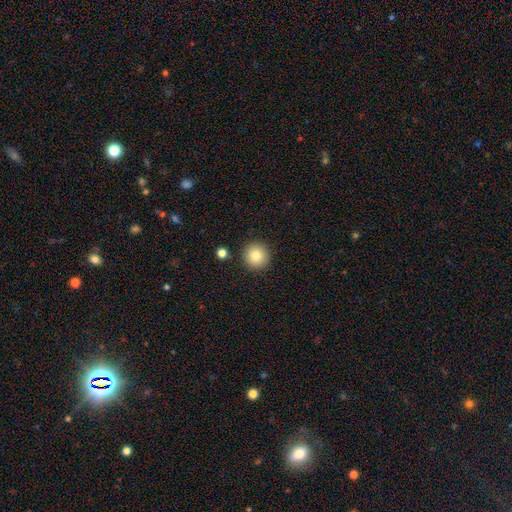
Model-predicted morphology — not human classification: Q: Smooth or featured?
A: smooth (83%); runner-up: star or artifact (10%)
Q: How rounded?
A: round (95%); runner-up: in between (4%)
Q: Merging?
A: none (90%); runner-up: minor disturbance (6%)